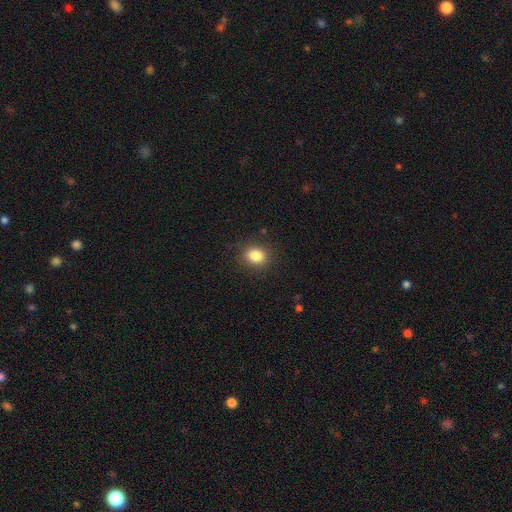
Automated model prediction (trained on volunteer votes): A smooth galaxy with no disk features (84%) that is round (53%). Merging: none (87%).